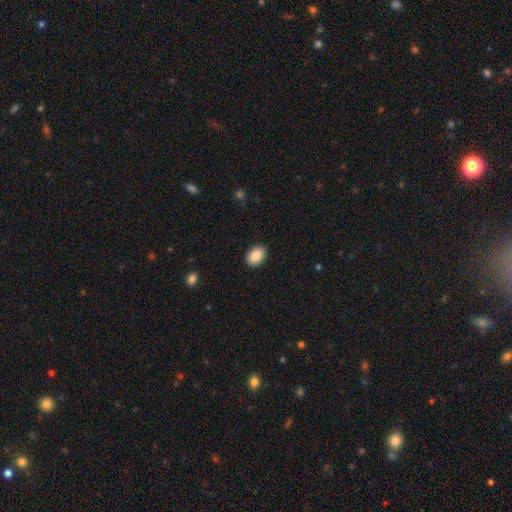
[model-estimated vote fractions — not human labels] This appears to be a smooth galaxy with no disk features (89%) that is in between round and cigar-shaped (81%). Merging: none (90%).